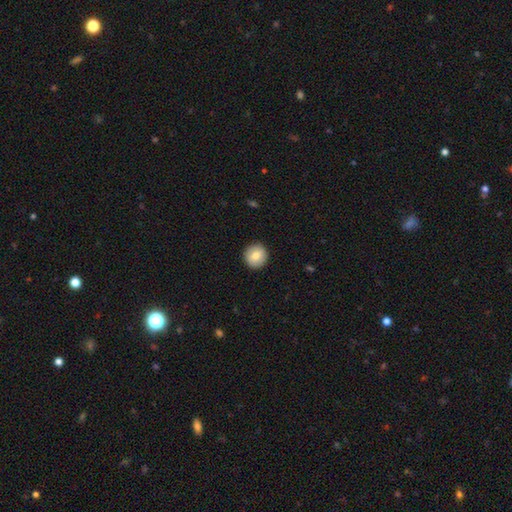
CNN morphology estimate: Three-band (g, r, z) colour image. It shows a smooth galaxy with no disk features (78%) that is round (94%). Merging: none (91%).